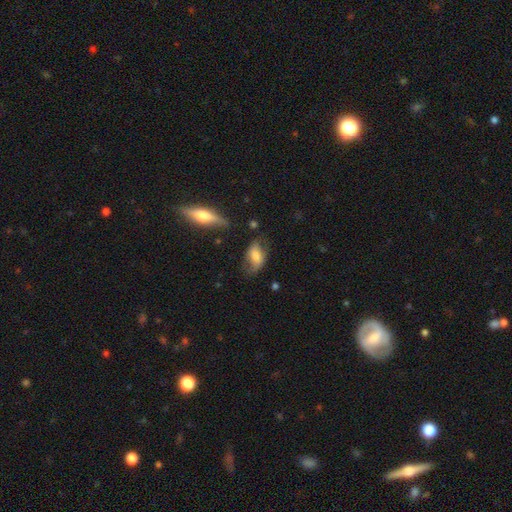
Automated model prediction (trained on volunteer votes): smooth 58%, featured or disk 34%, star or artifact 8%. Down the decision tree: how rounded — in between (88%); merging — none (53%).